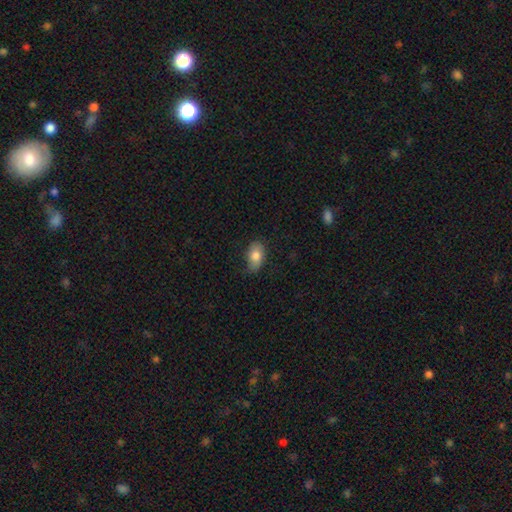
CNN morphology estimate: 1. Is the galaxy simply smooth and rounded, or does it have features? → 80% smooth, 12% featured or disk, 8% star or artifact.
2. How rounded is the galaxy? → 89% in between, 9% round, 2% cigar-shaped.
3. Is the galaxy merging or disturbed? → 70% none, 24% minor disturbance, 5% major disturbance, 1% merger.